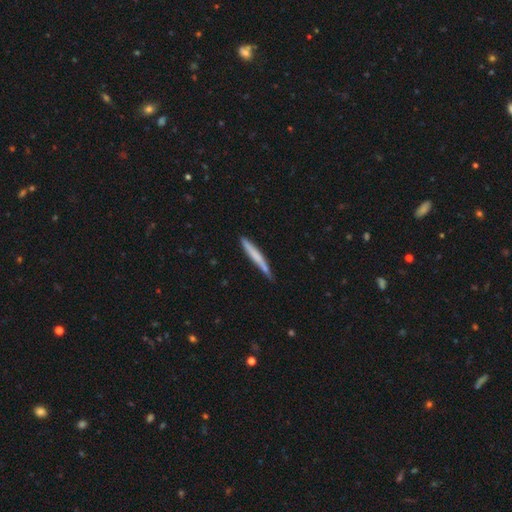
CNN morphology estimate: smooth_or_featured: smooth (p=0.62) [alt: featured or disk p=0.32]
how_rounded: cigar-shaped (p=0.96) [alt: in between p=0.03]
merging: none (p=0.75) [alt: minor disturbance p=0.19]